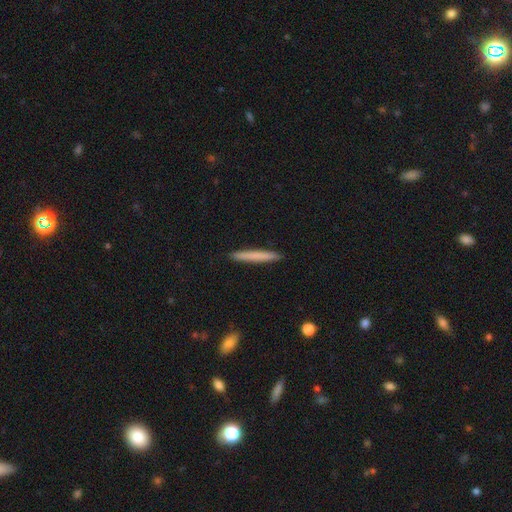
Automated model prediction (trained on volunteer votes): A smooth galaxy with no disk features (72%) that is cigar-shaped (97%). Merging: none (93%).